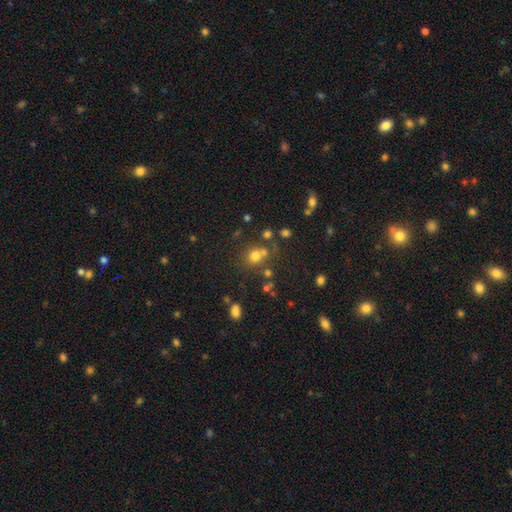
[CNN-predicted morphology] Smooth or featured?
  - smooth: 68% *
  - star or artifact: 22%
  - featured or disk: 10%
How rounded?
  - round: 80% *
  - in between: 19%
  - cigar-shaped: 1%
Merging?
  - none: 59% *
  - merger: 25%
  - minor disturbance: 10%
  - major disturbance: 5%